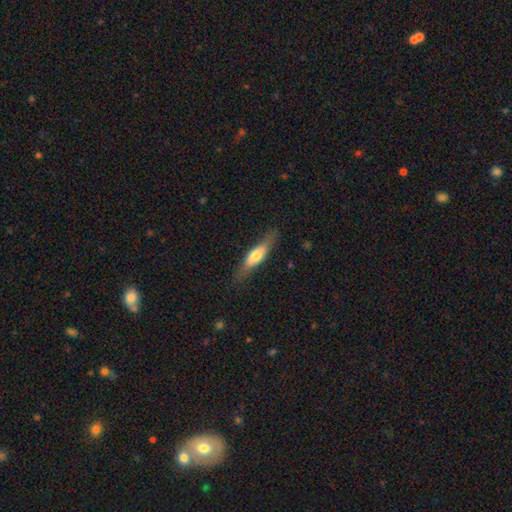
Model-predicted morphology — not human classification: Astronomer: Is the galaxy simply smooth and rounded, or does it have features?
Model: smooth — 58% (runner-up: featured or disk, 36%).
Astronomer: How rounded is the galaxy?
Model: cigar-shaped — 64%.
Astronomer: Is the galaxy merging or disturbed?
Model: none — 77%.